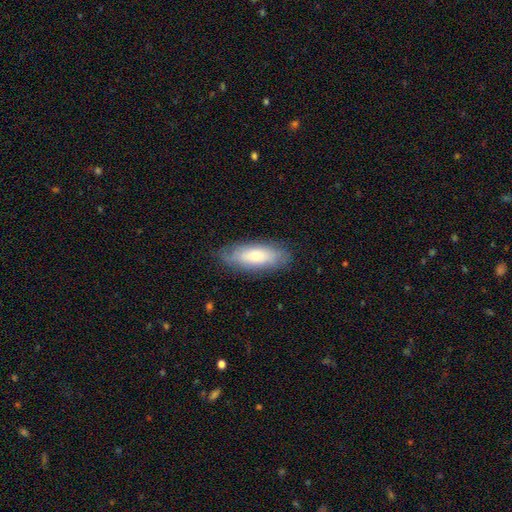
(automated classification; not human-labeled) A smooth galaxy with no disk features (59%) that is in between round and cigar-shaped (65%). Merging: none (81%).